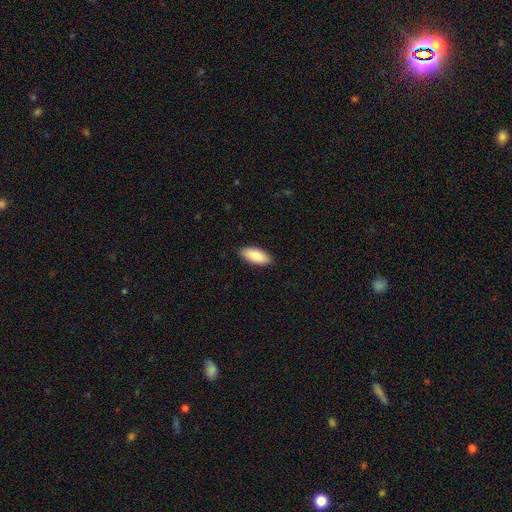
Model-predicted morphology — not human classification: smooth_or_featured: smooth (p=0.86) [alt: featured or disk p=0.08]
how_rounded: in between (p=0.86) [alt: cigar-shaped p=0.12]
merging: none (p=0.89) [alt: minor disturbance p=0.09]